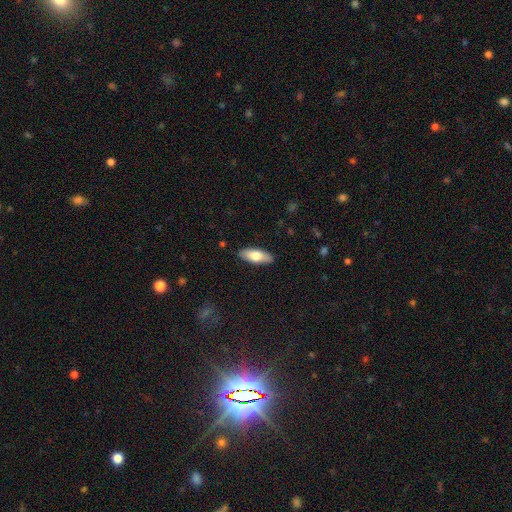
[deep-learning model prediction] The model was most divided on "how rounded": in between: 73%, cigar-shaped: 24%, round: 2%. More confident: merging — none (88%); smooth or featured — smooth (75%).